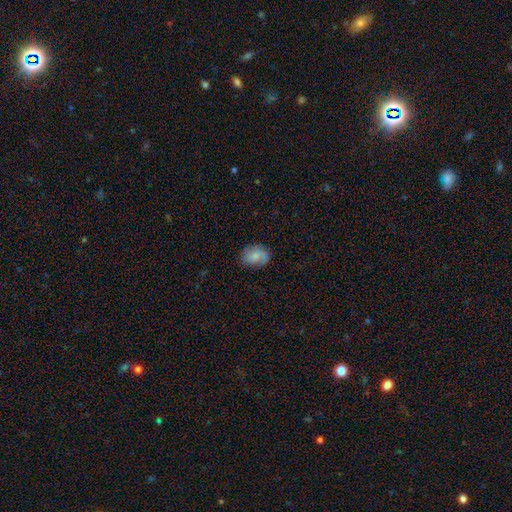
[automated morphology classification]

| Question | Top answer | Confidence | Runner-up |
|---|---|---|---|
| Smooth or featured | smooth | 66% | featured or disk (26%) |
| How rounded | in between | 64% | round (35%) |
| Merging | none | 73% | minor disturbance (20%) |